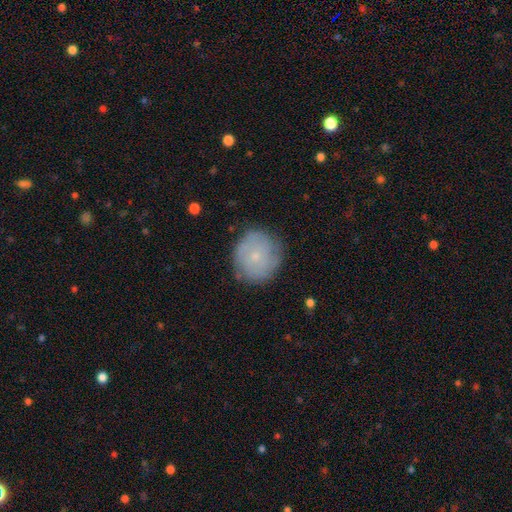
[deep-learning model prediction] smooth_or_featured: smooth (p=0.51) [alt: featured or disk p=0.40]
how_rounded: round (p=0.86) [alt: in between p=0.13]
merging: none (p=0.79) [alt: minor disturbance p=0.15]